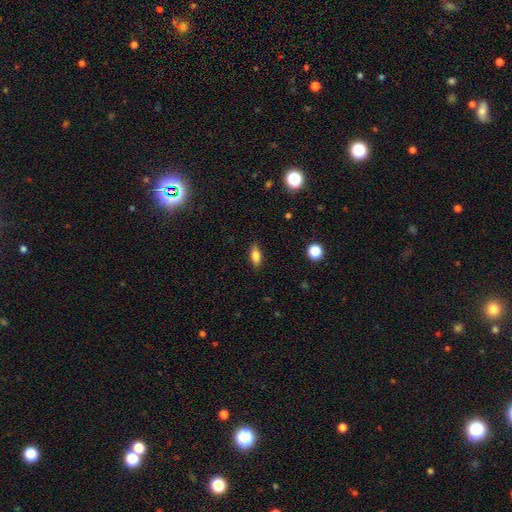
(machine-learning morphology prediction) type=smooth (81%); roundness=in between (82%); merging=none (87%).